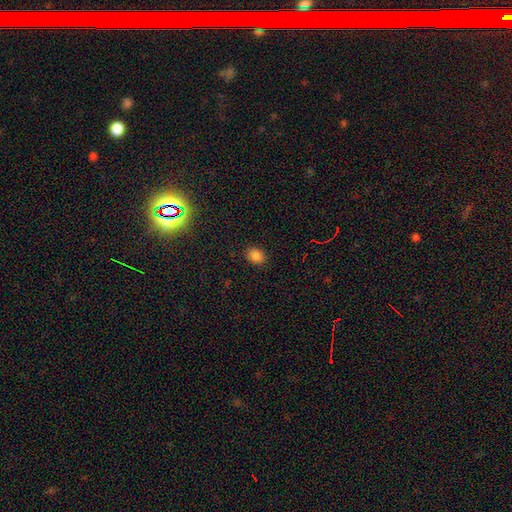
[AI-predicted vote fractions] A smooth galaxy with no disk features (83%) that is in between round and cigar-shaped (60%). Merging: none (88%).